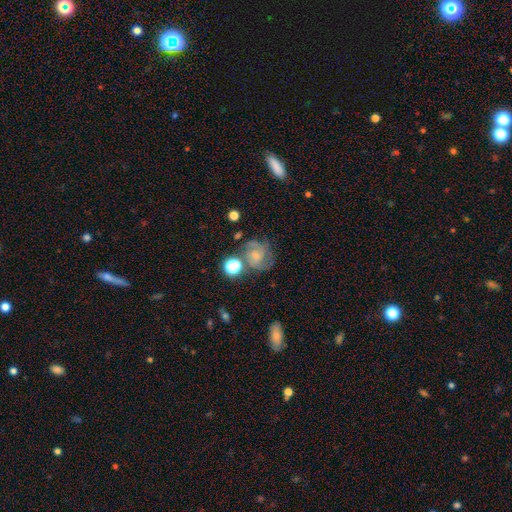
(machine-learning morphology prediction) Q: Smooth or featured?
A: featured or disk (61%); runner-up: smooth (26%)
Q: Edge-on disk?
A: no (98%); runner-up: yes (2%)
Q: Bar?
A: no (69%); runner-up: weak (26%)
Q: Spiral arms?
A: yes (90%); runner-up: no (10%)
Q: Spiral winding?
A: tight (47%); runner-up: medium (42%)
Q: Spiral arm count?
A: 3 (29%); runner-up: can't tell (27%)
Q: Bulge size?
A: small (56%); runner-up: moderate (25%)
Q: Merging?
A: none (57%); runner-up: minor disturbance (20%)